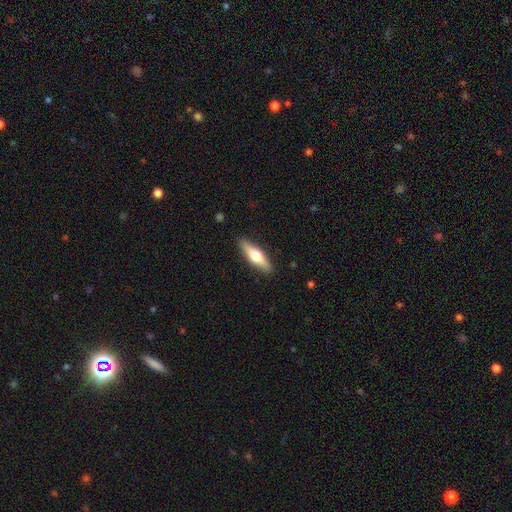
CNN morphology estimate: Overall: smooth (50%; featured or disk 45%). Merging: none (89%).